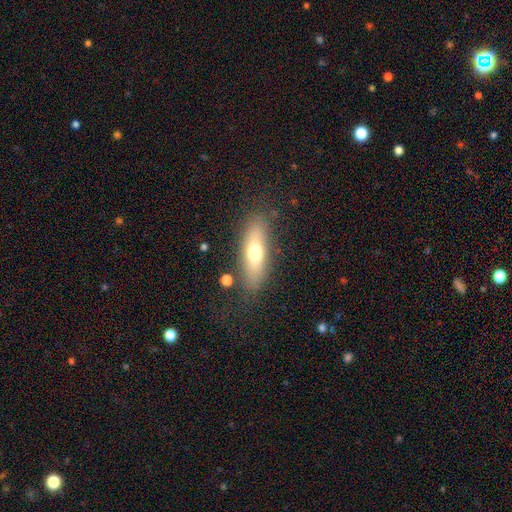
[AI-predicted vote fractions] A smooth galaxy with no disk features (62%) that is in between round and cigar-shaped (51%).

Vote fractions:
- Smooth or featured? smooth: 62% / featured or disk: 30% / star or artifact: 8%
- How rounded? in between: 51% / cigar-shaped: 46% / round: 3%
- Merging? none: 80% / minor disturbance: 13% / major disturbance: 4% / merger: 3%